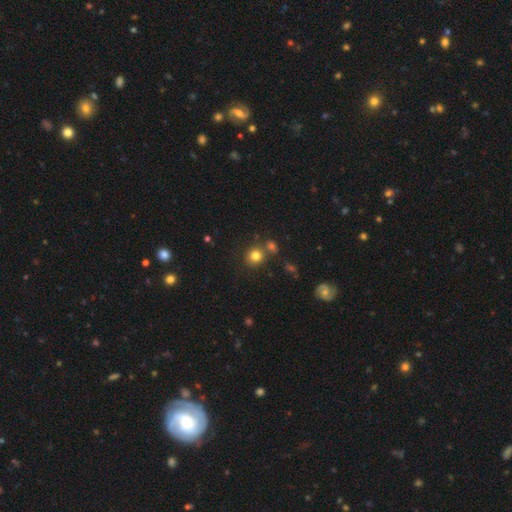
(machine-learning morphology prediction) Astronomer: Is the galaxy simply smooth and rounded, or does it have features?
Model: smooth — 79%.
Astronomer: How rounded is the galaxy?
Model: round — 84%.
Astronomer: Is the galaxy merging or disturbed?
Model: none — 70%.